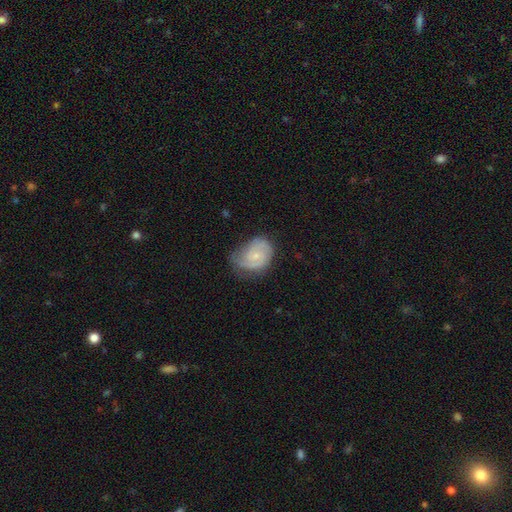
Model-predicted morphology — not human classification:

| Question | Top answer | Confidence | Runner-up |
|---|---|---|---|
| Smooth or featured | featured or disk | 66% | smooth (27%) |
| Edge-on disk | no | 97% | yes (3%) |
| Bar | no | 69% | weak (27%) |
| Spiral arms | yes | 90% | no (10%) |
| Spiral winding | tight | 49% | medium (37%) |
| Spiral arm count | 2 | 48% | can't tell (21%) |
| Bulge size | small | 66% | moderate (28%) |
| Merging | none | 48% | minor disturbance (33%) |